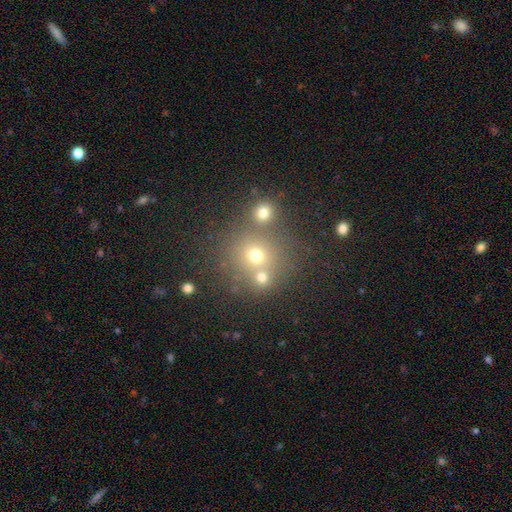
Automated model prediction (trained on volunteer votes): smooth 67%, star or artifact 21%, featured or disk 12%. Down the decision tree: how rounded — round (87%); merging — none (61%).